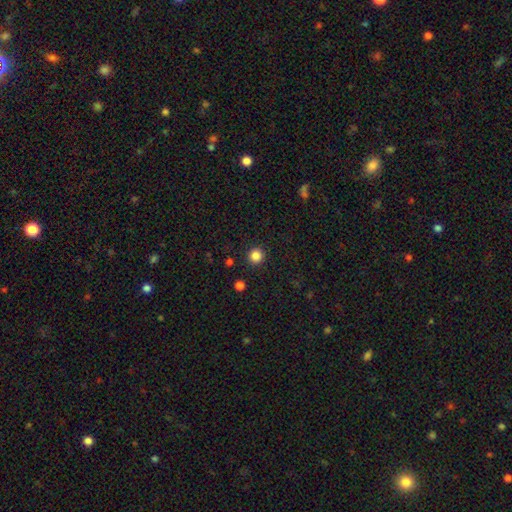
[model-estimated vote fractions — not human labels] Smooth or featured? Predicted: smooth (p=0.85). How rounded? Predicted: round (p=0.95). Merging? Predicted: none (p=0.92).